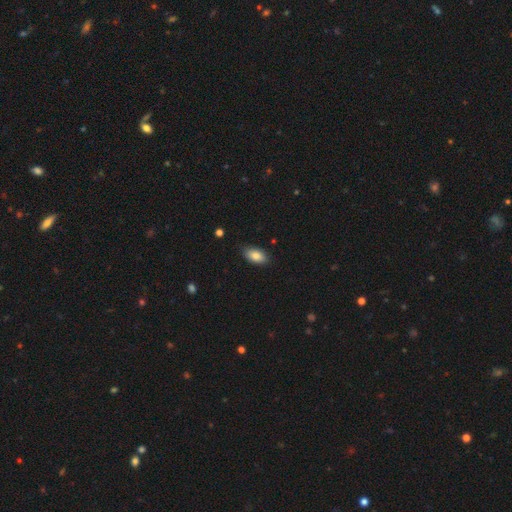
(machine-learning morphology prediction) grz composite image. It shows a smooth galaxy with no disk features (84%) that is in between round and cigar-shaped (93%). Merging: none (85%).